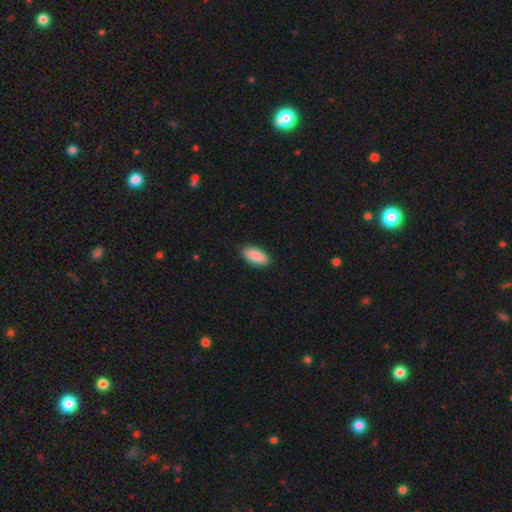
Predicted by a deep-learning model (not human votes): The model was most divided on "merging": none: 85%, minor disturbance: 12%, major disturbance: 2%, merger: 1%. More confident: how rounded — in between (92%); smooth or featured — smooth (89%).